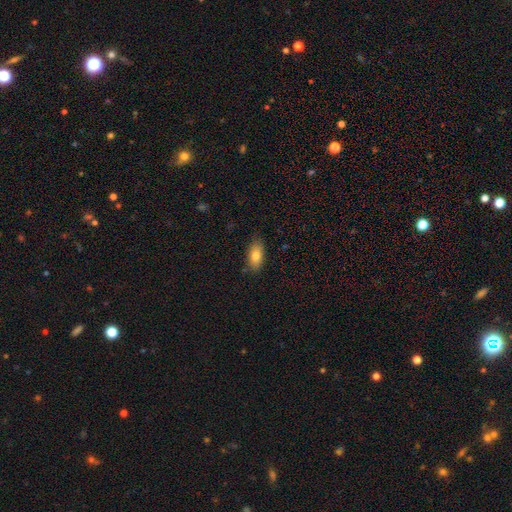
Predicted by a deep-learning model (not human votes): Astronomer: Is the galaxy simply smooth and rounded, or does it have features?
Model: smooth — 78%.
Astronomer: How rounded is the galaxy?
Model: in between — 88%.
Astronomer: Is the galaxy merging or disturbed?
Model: none — 84%.